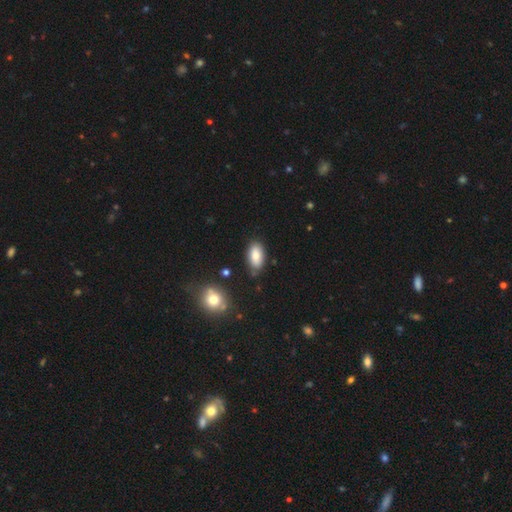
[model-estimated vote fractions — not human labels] smooth-or-featured: smooth: 83% | featured or disk: 9% | star or artifact: 7%
  how-rounded: in between: 93% | cigar-shaped: 3% | round: 3%
  merging: none: 81% | minor disturbance: 13% | merger: 3% | major disturbance: 3%